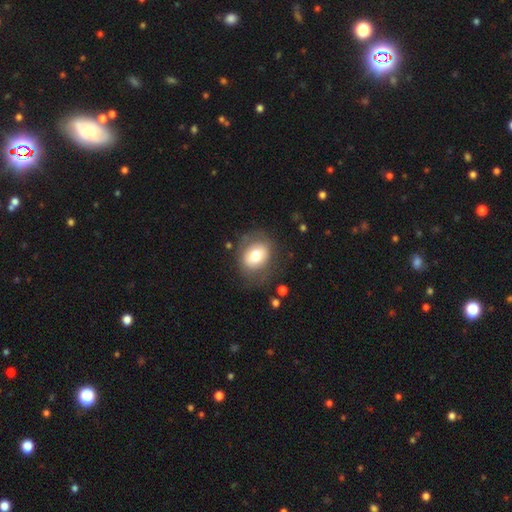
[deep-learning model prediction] Smooth or featured: smooth — 66% (featured or disk — 26%)
How rounded: round — 55% (in between — 44%)
Merging: none — 73% (minor disturbance — 16%)